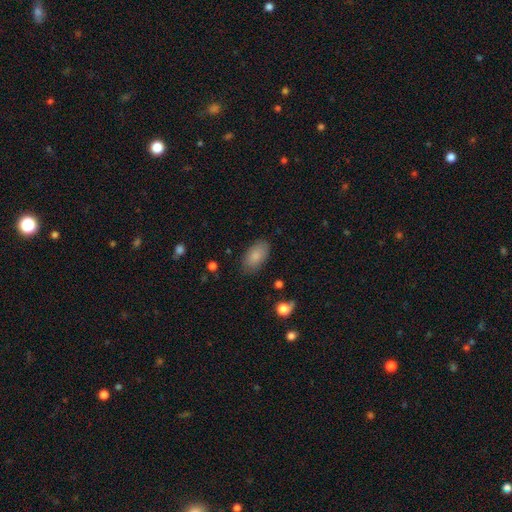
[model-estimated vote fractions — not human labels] smooth_or_featured: smooth (p=0.85) [alt: featured or disk p=0.08]
how_rounded: in between (p=0.94) [alt: round p=0.04]
merging: none (p=0.83) [alt: minor disturbance p=0.13]